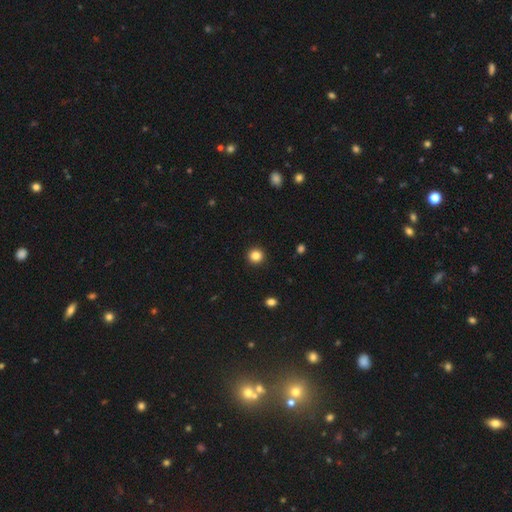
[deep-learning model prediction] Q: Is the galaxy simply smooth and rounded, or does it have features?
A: smooth — 85%.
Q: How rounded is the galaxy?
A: round — 94%.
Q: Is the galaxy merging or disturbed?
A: none — 93%.